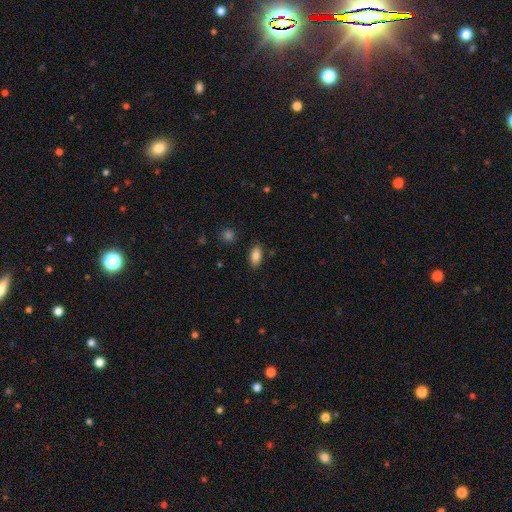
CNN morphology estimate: Smooth or featured? Predicted: smooth (p=0.86). How rounded? Predicted: in between (p=0.91). Merging? Predicted: none (p=0.85).